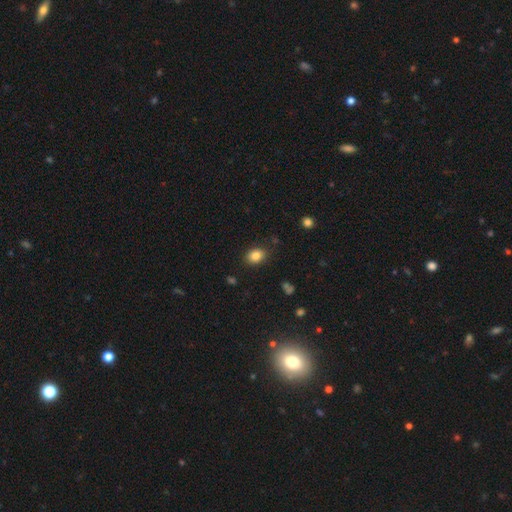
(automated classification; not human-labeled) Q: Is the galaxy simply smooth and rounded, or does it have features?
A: smooth — 84%.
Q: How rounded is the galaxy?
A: in between — 63%.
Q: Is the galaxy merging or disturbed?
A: none — 85%.